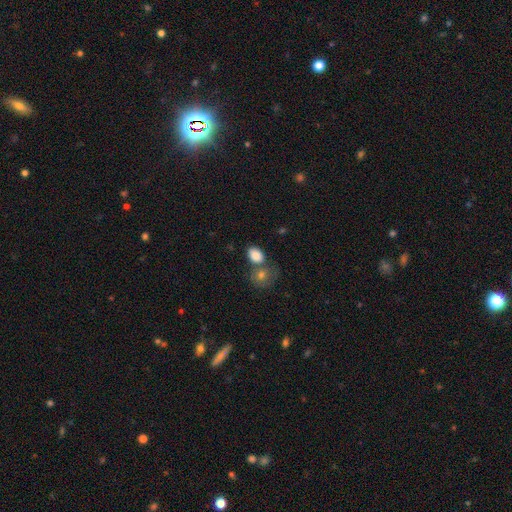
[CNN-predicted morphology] This is clearly a smooth galaxy (85%). How rounded: likely in between (76%). Merging: possibly none (46%).